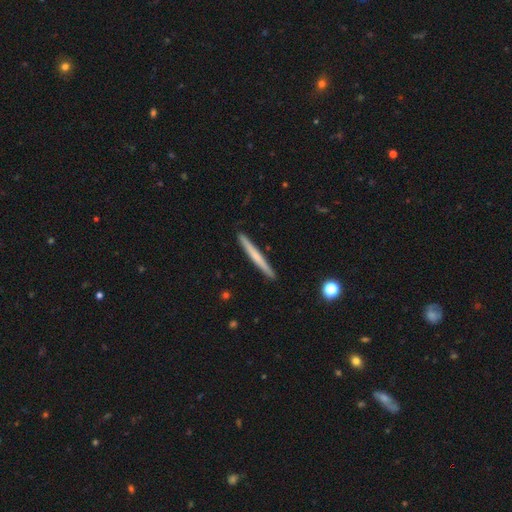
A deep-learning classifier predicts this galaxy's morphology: smooth-or-featured: smooth: 52% | featured or disk: 42% | star or artifact: 6%
  how-rounded: cigar-shaped: 97% | in between: 2% | round: 1%
  merging: none: 93% | minor disturbance: 5% | major disturbance: 1% | merger: 1%